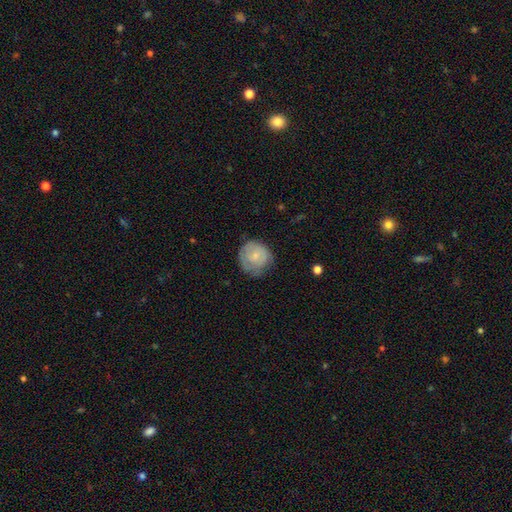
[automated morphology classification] Smooth or featured: smooth — 64% (featured or disk — 29%)
How rounded: round — 88% (in between — 11%)
Merging: none — 61% (minor disturbance — 28%)